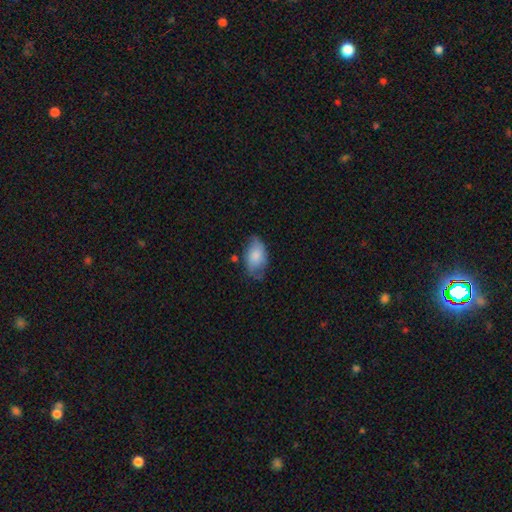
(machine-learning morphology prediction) Overall: smooth (76%). How rounded: in between (92%). Merging: none (55%; minor disturbance 33%).